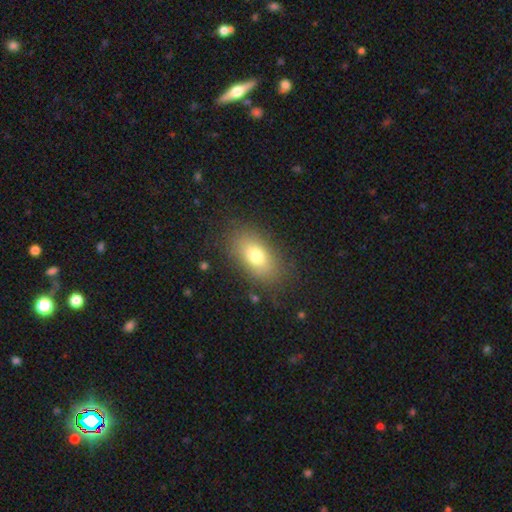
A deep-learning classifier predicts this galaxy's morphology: smooth 76%, featured or disk 14%, star or artifact 9%. Down the decision tree: how rounded — in between (88%); merging — none (82%).